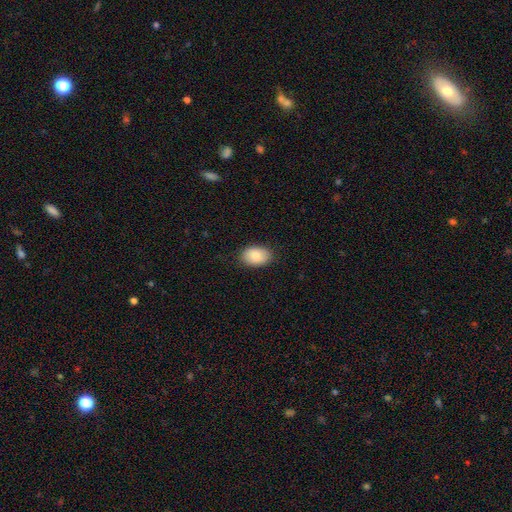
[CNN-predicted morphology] type=smooth (86%); roundness=in between (88%); merging=none (86%).